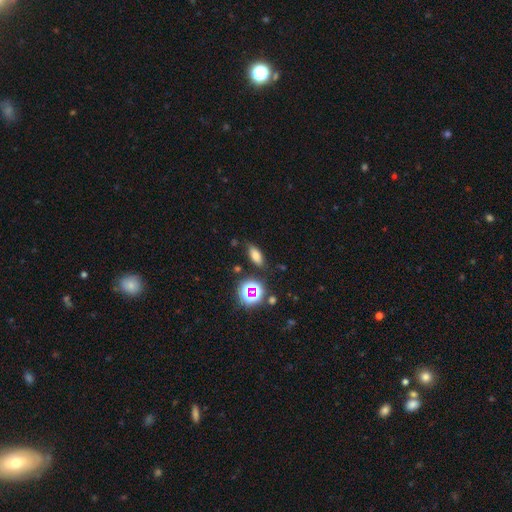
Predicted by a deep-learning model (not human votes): Morphology: type=smooth (68%); roundness=in between (80%); merging=none (79%).